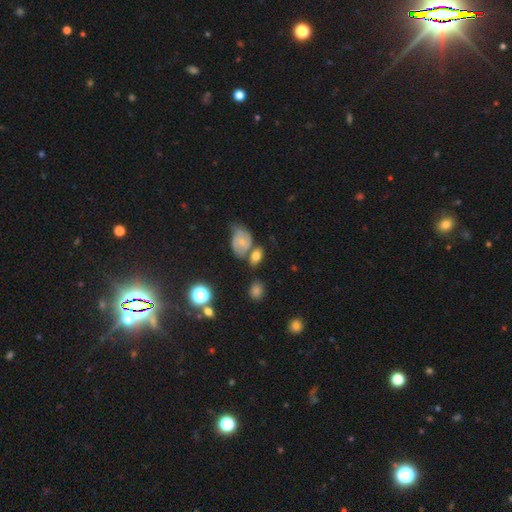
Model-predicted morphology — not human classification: smooth-or-featured: smooth: 56% | featured or disk: 32% | star or artifact: 13%
  how-rounded: in between: 73% | round: 24% | cigar-shaped: 3%
  merging: none: 47% | merger: 26% | minor disturbance: 19% | major disturbance: 8%